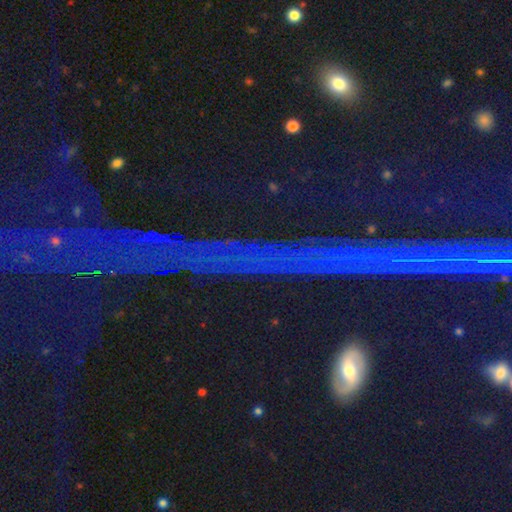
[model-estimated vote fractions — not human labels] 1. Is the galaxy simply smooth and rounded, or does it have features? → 83% star or artifact, 9% smooth, 8% featured or disk.